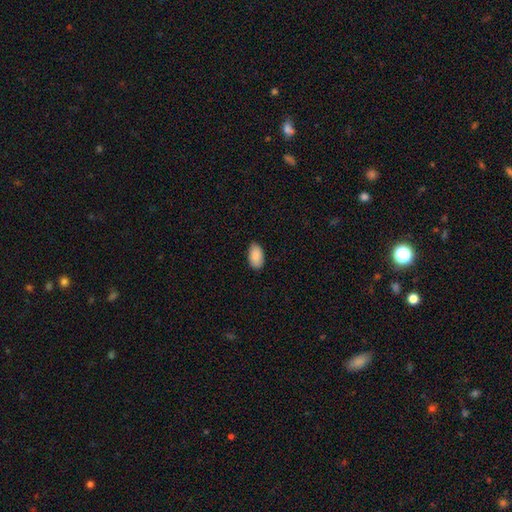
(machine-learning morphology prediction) Smooth or featured?
  - smooth: 89% *
  - star or artifact: 6%
  - featured or disk: 4%
How rounded?
  - in between: 95% *
  - round: 3%
  - cigar-shaped: 1%
Merging?
  - none: 85% *
  - minor disturbance: 12%
  - major disturbance: 2%
  - merger: 1%